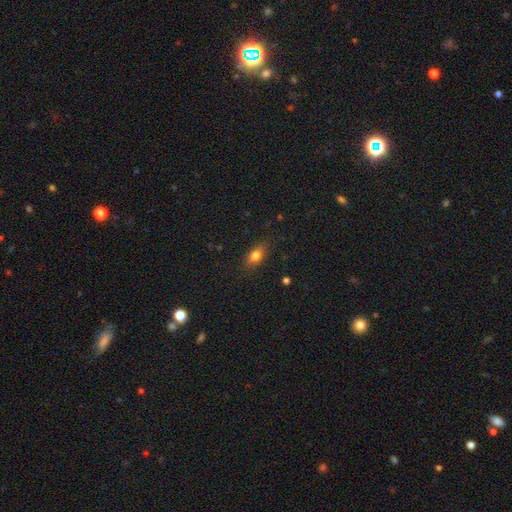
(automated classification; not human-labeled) Overall: smooth (77%). How rounded: in between (77%). Merging: none (84%).